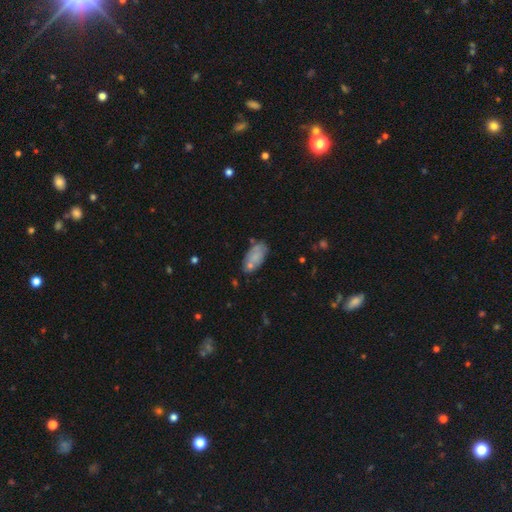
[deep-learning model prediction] This is likely a smooth galaxy (70%). How rounded: clearly in between (92%). Merging: likely none (60%).